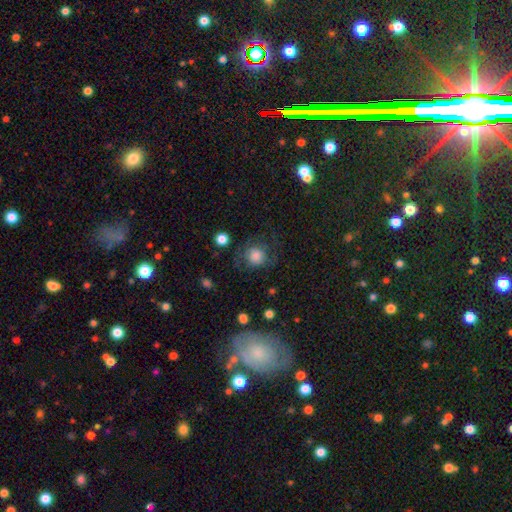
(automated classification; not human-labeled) A smooth galaxy with no disk features (73%) that is round (89%).

Vote fractions:
- Smooth or featured? smooth: 73% / featured or disk: 18% / star or artifact: 10%
- How rounded? round: 89% / in between: 10% / cigar-shaped: 1%
- Merging? none: 64% / minor disturbance: 17% / major disturbance: 17% / merger: 2%